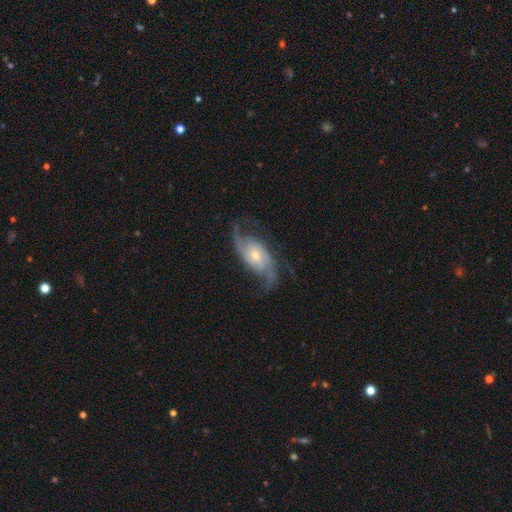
smooth_or_featured: featured or disk (p=0.89) [alt: smooth p=0.05]
disk_edge_on: no (p=1.00)
bar: no (p=0.62) [alt: weak p=0.38]
has_spiral_arms: yes (p=1.00)
spiral_winding: loose (p=0.56) [alt: medium p=0.29]
spiral_arm_count: 2 (p=0.68) [alt: 3 p=0.26]
bulge_size: small (p=0.53) [alt: moderate p=0.41]
merging: none (p=0.64) [alt: minor disturbance p=0.19]